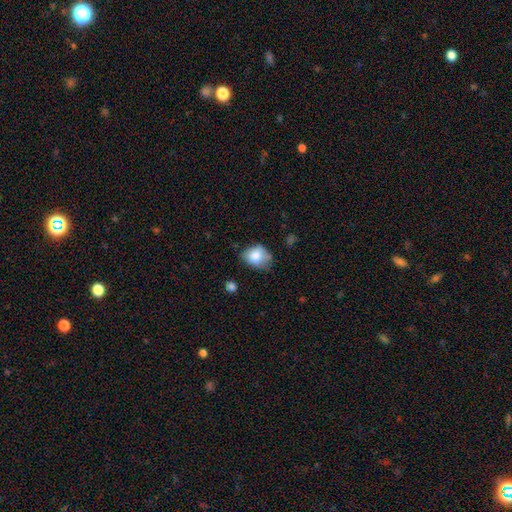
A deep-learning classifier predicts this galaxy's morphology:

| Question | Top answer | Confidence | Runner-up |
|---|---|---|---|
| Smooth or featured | smooth | 78% | featured or disk (14%) |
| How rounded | in between | 62% | round (37%) |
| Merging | none | 47% | minor disturbance (37%) |